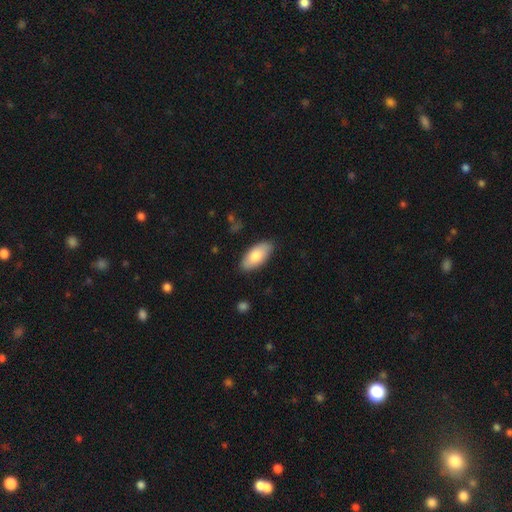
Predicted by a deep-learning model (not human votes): A smooth galaxy with no disk features (81%) that is in between round and cigar-shaped (91%).

Vote fractions:
- Smooth or featured? smooth: 81% / featured or disk: 13% / star or artifact: 6%
- How rounded? in between: 91% / cigar-shaped: 7% / round: 2%
- Merging? none: 85% / minor disturbance: 12% / major disturbance: 2% / merger: 1%